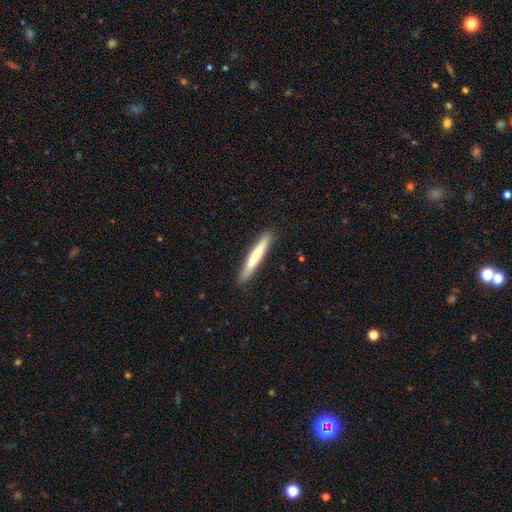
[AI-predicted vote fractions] The model was most divided on "smooth or featured": smooth: 67%, featured or disk: 28%, star or artifact: 5%. More confident: how rounded — cigar-shaped (95%); merging — none (89%).